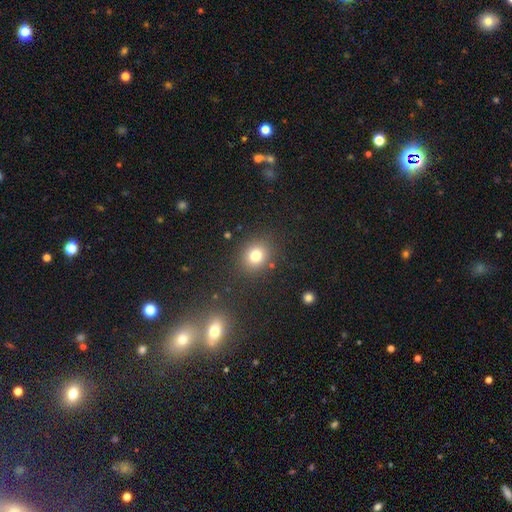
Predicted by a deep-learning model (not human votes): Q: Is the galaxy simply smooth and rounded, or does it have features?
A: smooth — 79%.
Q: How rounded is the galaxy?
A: round — 74%.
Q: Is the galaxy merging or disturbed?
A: none — 86%.